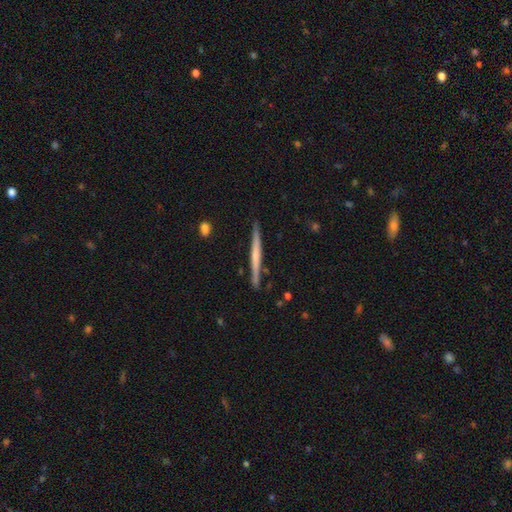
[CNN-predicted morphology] A featured or disk galaxy (59%) viewed edge-on (98%) with no central bulge (59%).

Vote fractions:
- Smooth or featured? featured or disk: 59% / smooth: 36% / star or artifact: 5%
- Edge-on disk? yes: 98% / no: 2%
- Edge-on bulge? none: 59% / rounded: 31% / boxy: 10%
- Merging? none: 89% / minor disturbance: 8% / merger: 1% / major disturbance: 1%